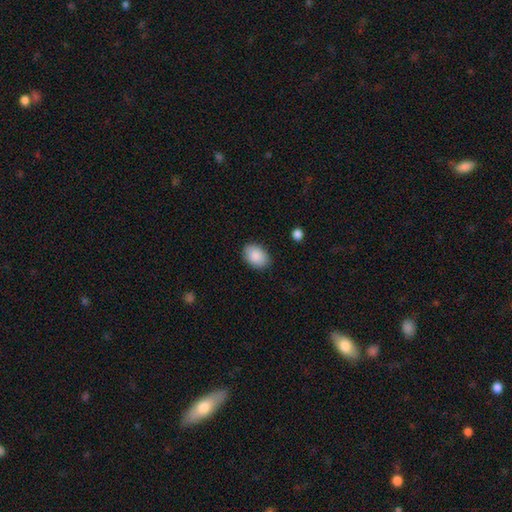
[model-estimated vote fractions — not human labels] The model was most divided on "how rounded": in between: 78%, round: 21%, cigar-shaped: 1%. More confident: smooth or featured — smooth (88%); merging — none (84%).